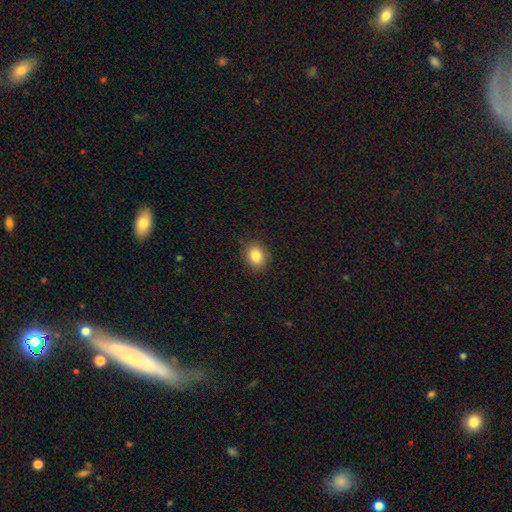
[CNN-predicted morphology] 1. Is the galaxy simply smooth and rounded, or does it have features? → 84% smooth, 10% star or artifact, 6% featured or disk.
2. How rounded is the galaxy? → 55% round, 44% in between, 1% cigar-shaped.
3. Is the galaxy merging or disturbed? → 89% none, 8% minor disturbance, 2% major disturbance, 1% merger.